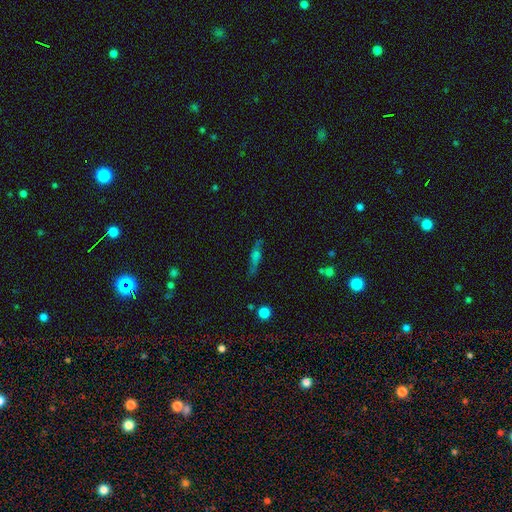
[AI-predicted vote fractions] Smooth or featured? Predicted: featured or disk (p=0.51). Edge-on disk? Predicted: yes (p=0.72). Merging? Predicted: none (p=0.73).